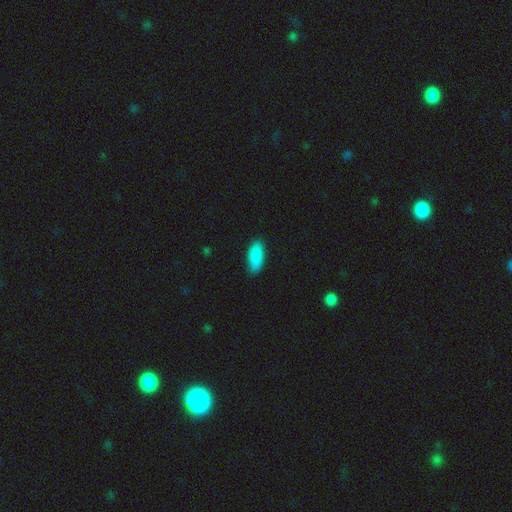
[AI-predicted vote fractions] The model was most divided on "merging": none: 83%, minor disturbance: 13%, major disturbance: 2%, merger: 1%. More confident: smooth or featured — smooth (89%); how rounded — in between (84%).